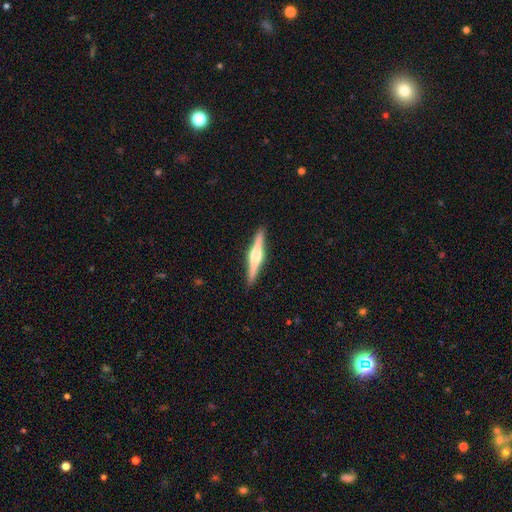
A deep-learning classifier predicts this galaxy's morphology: type=featured or disk (76%); edge-on=yes (98%); edge-on bulge=rounded (89%); merging=none (91%).